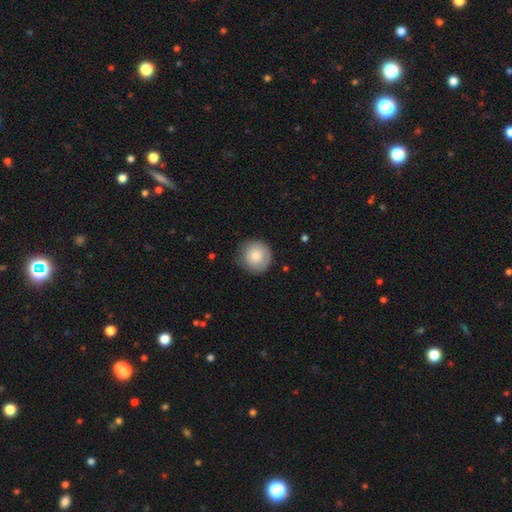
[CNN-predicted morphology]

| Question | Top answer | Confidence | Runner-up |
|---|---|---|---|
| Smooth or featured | smooth | 81% | featured or disk (13%) |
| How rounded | round | 94% | in between (6%) |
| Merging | none | 78% | minor disturbance (17%) |